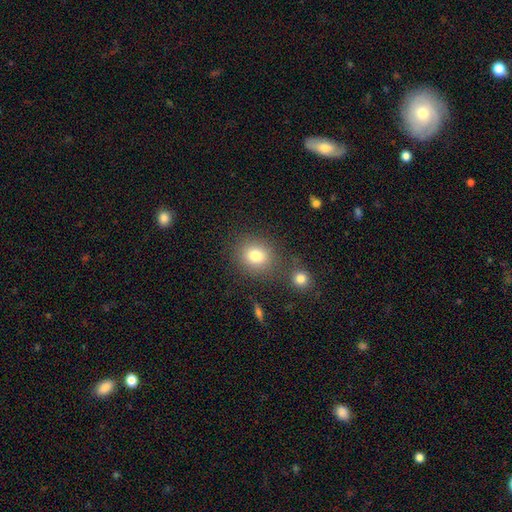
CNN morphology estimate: Overall: smooth (79%). How rounded: round (72%). Merging: none (74%).